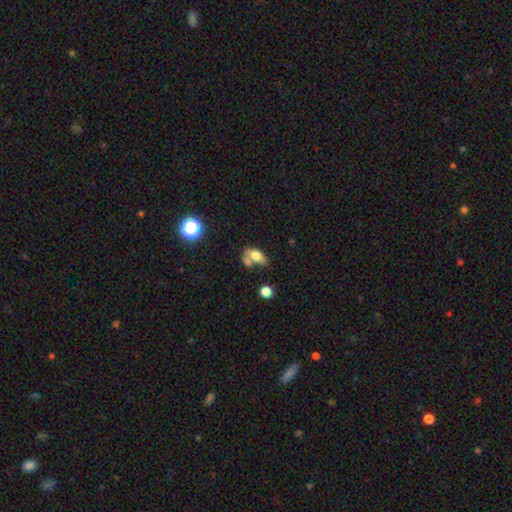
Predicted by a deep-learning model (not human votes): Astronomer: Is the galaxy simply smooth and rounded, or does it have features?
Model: smooth — 70%.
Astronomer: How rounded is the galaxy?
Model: in between — 84%.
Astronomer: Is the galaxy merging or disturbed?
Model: merger — 42% (runner-up: none, 30%).